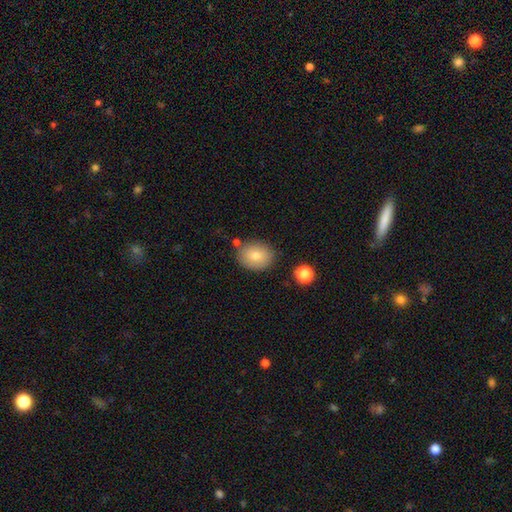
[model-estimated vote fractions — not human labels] Smooth or featured? smooth (79%)
How rounded? round (50%)
Merging? none (78%)